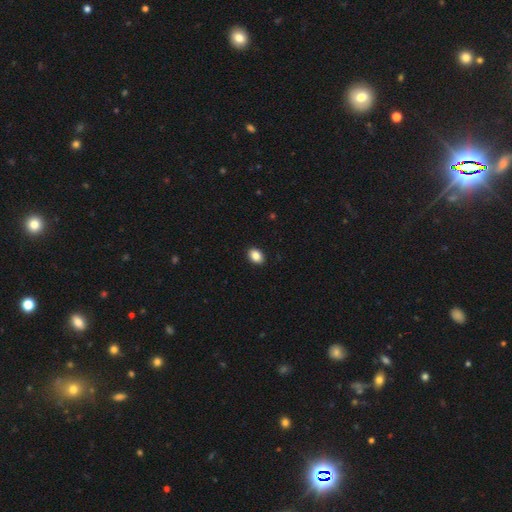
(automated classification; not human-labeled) smooth-or-featured: smooth: 87% | star or artifact: 8% | featured or disk: 4%
  how-rounded: in between: 74% | round: 25% | cigar-shaped: 1%
  merging: none: 91% | minor disturbance: 6% | major disturbance: 2% | merger: 1%